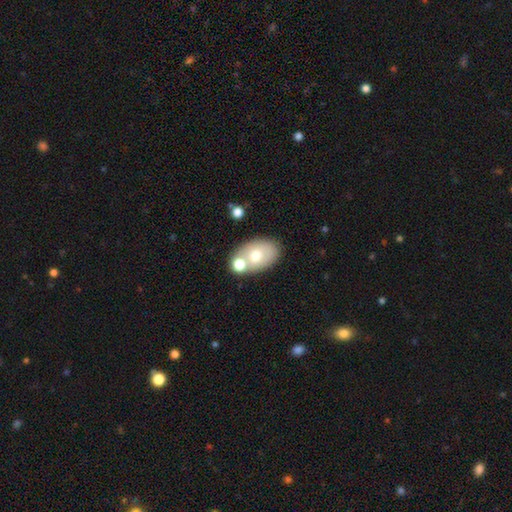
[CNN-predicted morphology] This is likely a smooth galaxy (67%). How rounded: clearly in between (88%). Merging: possibly none (55%).